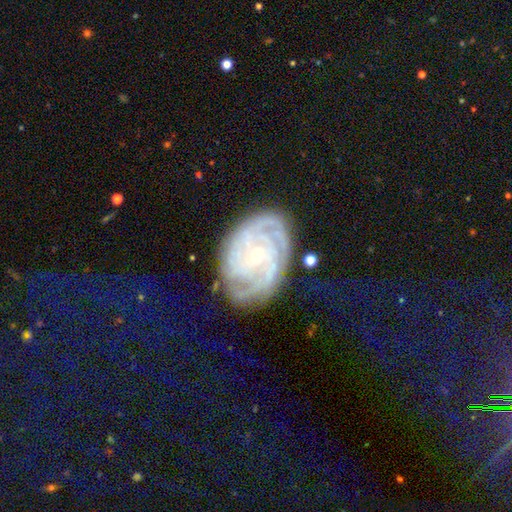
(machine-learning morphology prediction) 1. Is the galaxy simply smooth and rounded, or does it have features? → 85% featured or disk, 8% smooth, 7% star or artifact.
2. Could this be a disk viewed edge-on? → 97% no, 3% yes.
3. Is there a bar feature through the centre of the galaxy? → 71% no, 23% weak, 6% strong.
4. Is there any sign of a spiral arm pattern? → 96% yes, 4% no.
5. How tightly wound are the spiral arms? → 72% tight, 23% medium, 5% loose.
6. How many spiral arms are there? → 28% can't tell, 23% 4, 16% 3, 13% more than 4, 12% 2, 7% 1.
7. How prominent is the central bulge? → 85% small, 11% moderate, 2% none, 1% large, 1% dominant.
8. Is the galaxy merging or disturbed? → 75% none, 17% minor disturbance, 7% major disturbance, 2% merger.